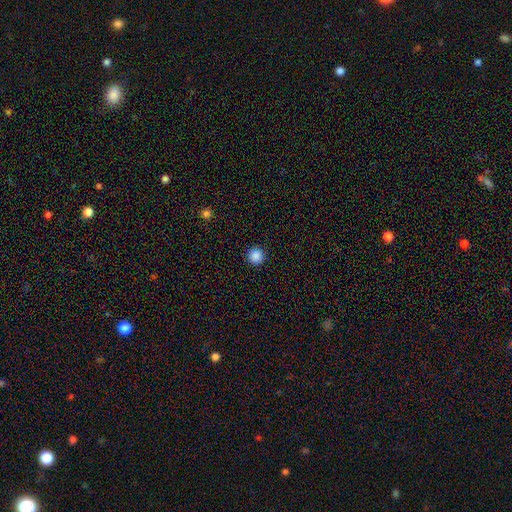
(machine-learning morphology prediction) This is clearly a smooth galaxy (87%). How rounded: clearly round (96%). Merging: clearly none (93%).